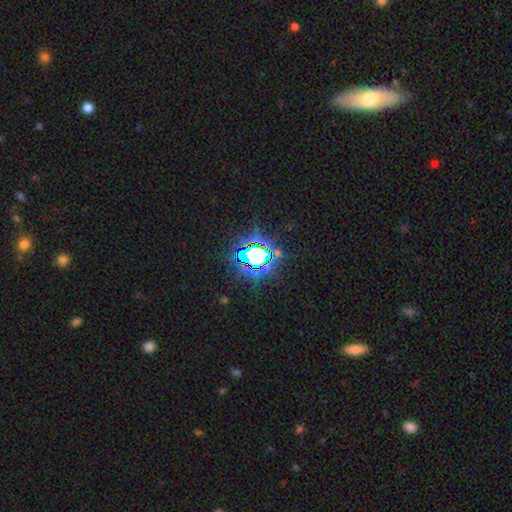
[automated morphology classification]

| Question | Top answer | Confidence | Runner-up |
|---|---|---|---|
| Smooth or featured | star or artifact | 74% | smooth (15%) |